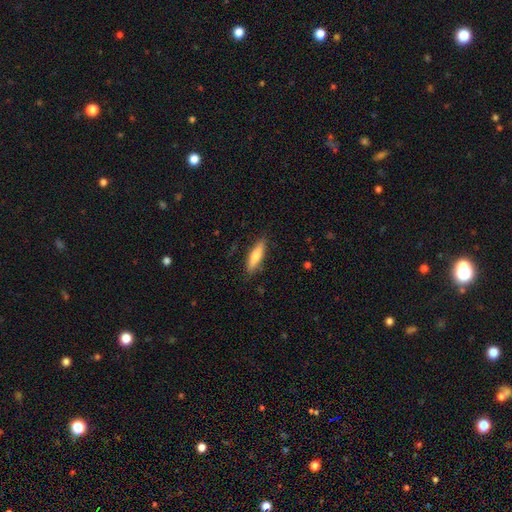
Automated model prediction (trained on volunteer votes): Smooth or featured?
  - smooth: 67% *
  - featured or disk: 27%
  - star or artifact: 6%
How rounded?
  - cigar-shaped: 66% *
  - in between: 32%
  - round: 2%
Merging?
  - none: 86% *
  - minor disturbance: 11%
  - major disturbance: 2%
  - merger: 1%